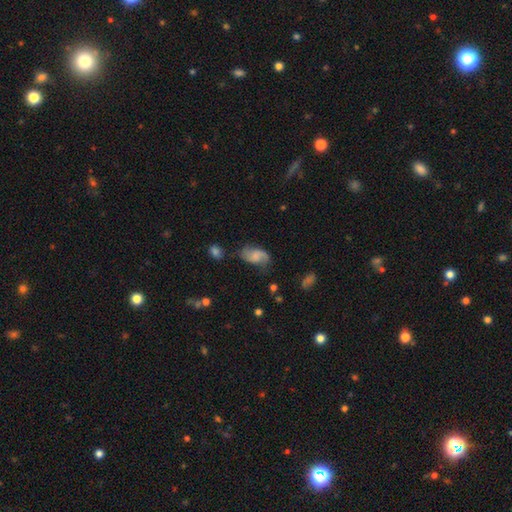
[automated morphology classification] Overall: featured or disk (47%; smooth 44%). Merging: none (53%; minor disturbance 29%).